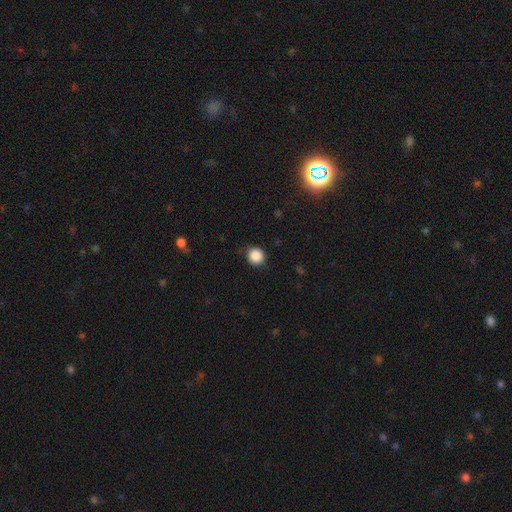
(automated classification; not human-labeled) A smooth galaxy with no disk features (87%) that is round (93%). Merging: none (88%).